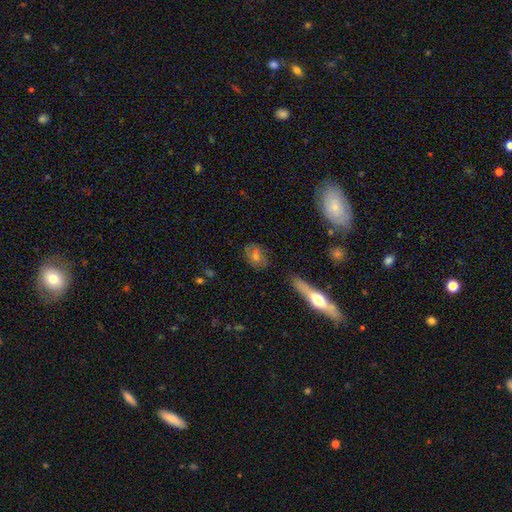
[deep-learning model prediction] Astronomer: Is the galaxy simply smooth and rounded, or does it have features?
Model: featured or disk — 44% (runner-up: smooth, 40%).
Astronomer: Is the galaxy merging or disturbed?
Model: none — 75%.